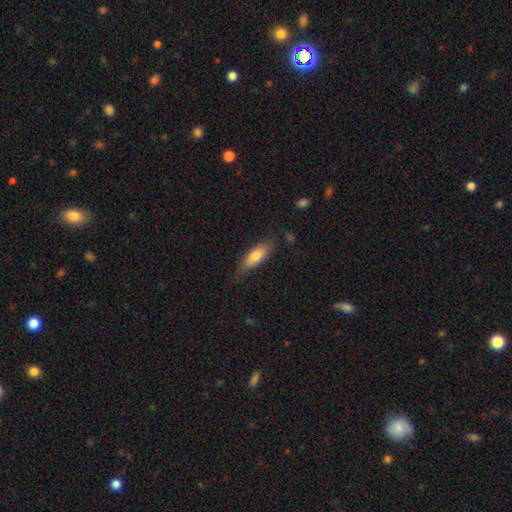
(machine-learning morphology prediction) A smooth galaxy with no disk features (76%) that is in between round and cigar-shaped (62%).

Vote fractions:
- Smooth or featured? smooth: 76% / featured or disk: 18% / star or artifact: 6%
- How rounded? in between: 62% / cigar-shaped: 36% / round: 2%
- Merging? none: 68% / minor disturbance: 24% / major disturbance: 6% / merger: 2%